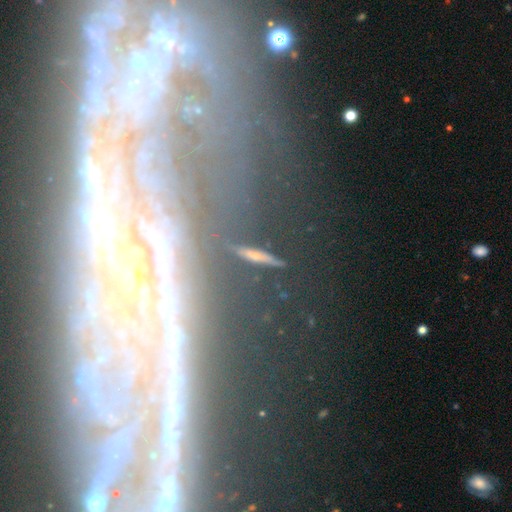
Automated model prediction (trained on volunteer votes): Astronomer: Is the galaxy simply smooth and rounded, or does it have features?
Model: featured or disk — 40% (runner-up: star or artifact, 30%).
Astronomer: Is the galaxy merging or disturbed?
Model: none — 82%.